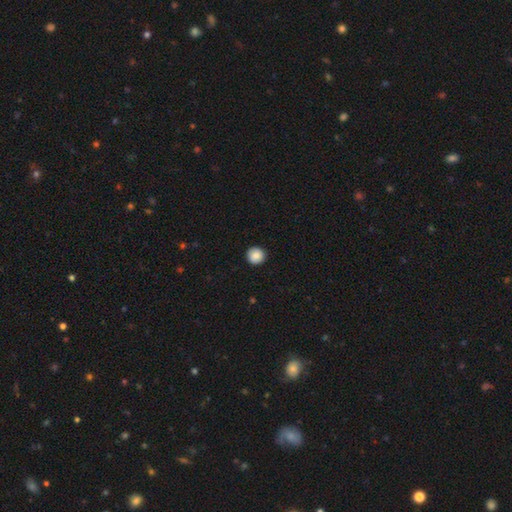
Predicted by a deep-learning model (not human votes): Overall: smooth (87%). How rounded: round (95%). Merging: none (92%).